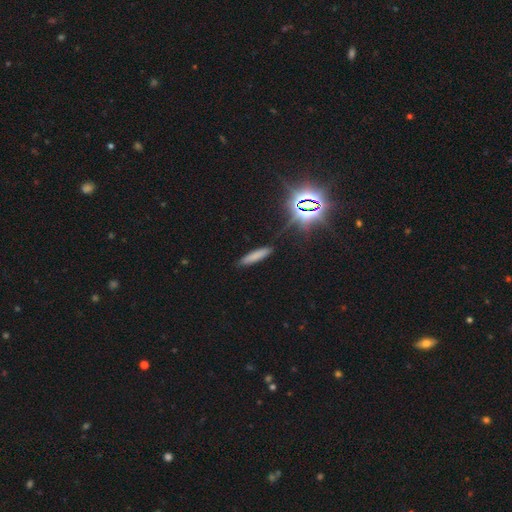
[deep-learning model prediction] Smooth or featured? Predicted: smooth (p=0.73). How rounded? Predicted: cigar-shaped (p=0.86). Merging? Predicted: none (p=0.87).